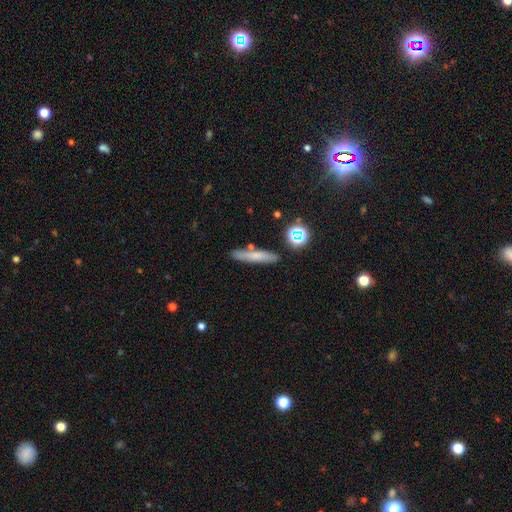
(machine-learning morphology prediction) smooth_or_featured: smooth (p=0.68) [alt: featured or disk p=0.20]
how_rounded: cigar-shaped (p=0.86) [alt: in between p=0.10]
merging: none (p=0.83) [alt: minor disturbance p=0.10]